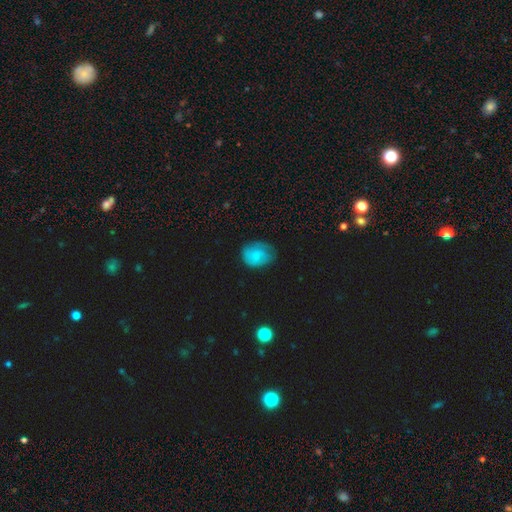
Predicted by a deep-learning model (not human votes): A smooth galaxy with no disk features (69%) that is in between round and cigar-shaped (50%). Merging: none (57%).